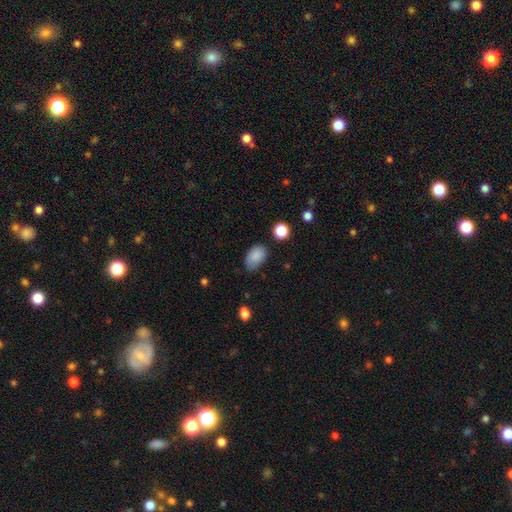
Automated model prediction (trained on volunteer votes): smooth 86%, star or artifact 8%, featured or disk 5%. Down the decision tree: how rounded — in between (89%); merging — none (67%).